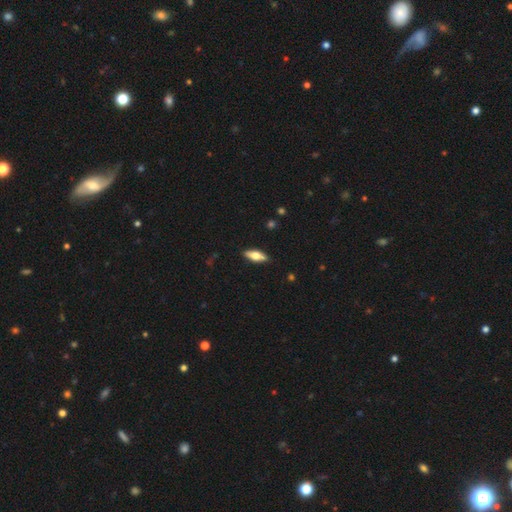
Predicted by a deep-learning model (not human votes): A smooth galaxy with no disk features (56%) that is in between round and cigar-shaped (63%).

Vote fractions:
- Smooth or featured? smooth: 56% / featured or disk: 38% / star or artifact: 6%
- How rounded? in between: 63% / cigar-shaped: 34% / round: 3%
- Merging? none: 89% / minor disturbance: 8% / major disturbance: 2% / merger: 1%